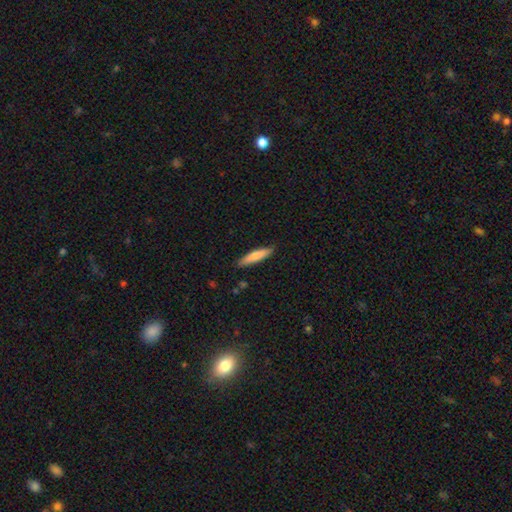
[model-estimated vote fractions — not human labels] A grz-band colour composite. It shows a smooth galaxy with no disk features (77%) that is cigar-shaped (83%). Merging: none (87%).